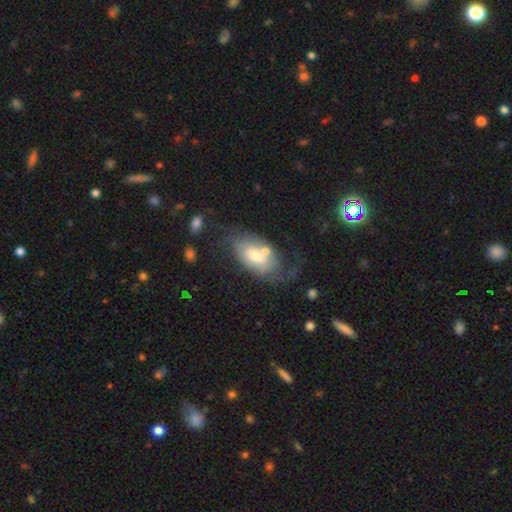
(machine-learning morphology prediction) The model was most divided on "smooth or featured": featured or disk: 51%, smooth: 41%, star or artifact: 8%. Remaining: edge-on disk — no (92%); merging — none (39%).